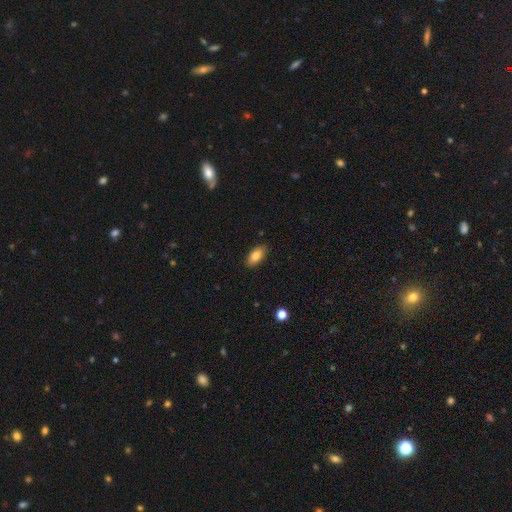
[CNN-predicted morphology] This is clearly a smooth galaxy (85%). How rounded: clearly in between (90%). Merging: clearly none (87%).